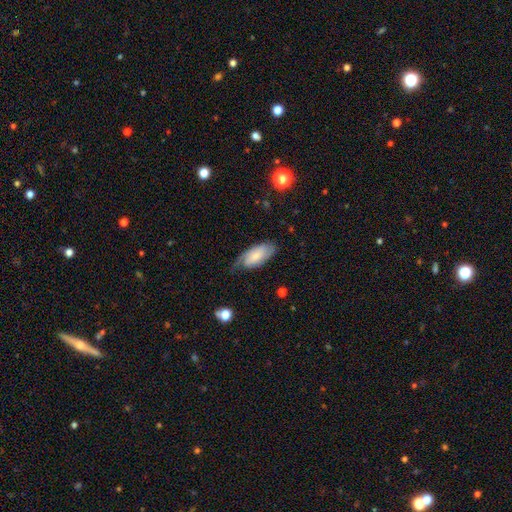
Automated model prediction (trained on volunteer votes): A smooth galaxy with no disk features (53%) that is in between round and cigar-shaped (89%).

Vote fractions:
- Smooth or featured? smooth: 53% / featured or disk: 41% / star or artifact: 7%
- How rounded? in between: 89% / cigar-shaped: 8% / round: 2%
- Merging? none: 52% / minor disturbance: 32% / major disturbance: 15% / merger: 2%